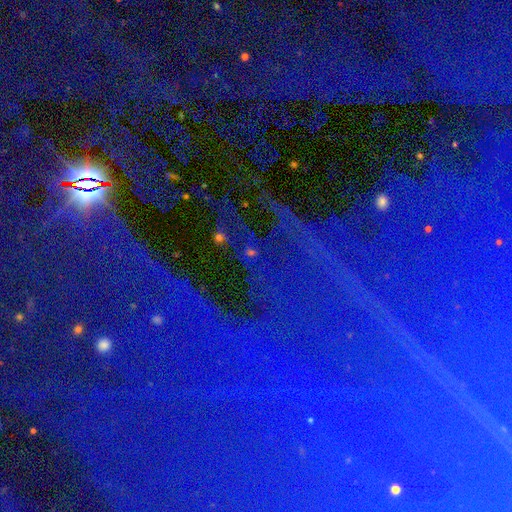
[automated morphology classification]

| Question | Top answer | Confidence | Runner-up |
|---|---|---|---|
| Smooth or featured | star or artifact | 87% | featured or disk (7%) |